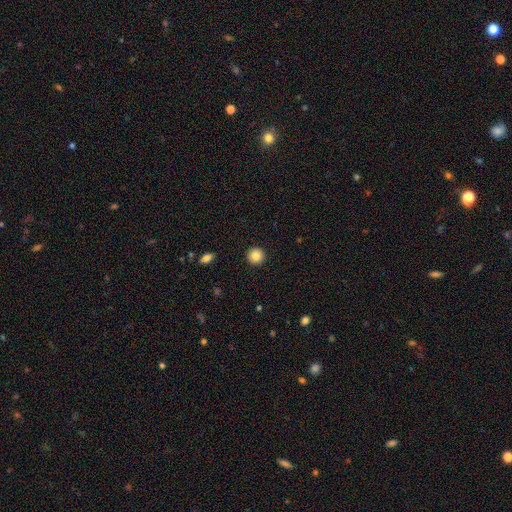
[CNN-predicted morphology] This is clearly a smooth galaxy (86%). How rounded: clearly round (95%). Merging: clearly none (93%).